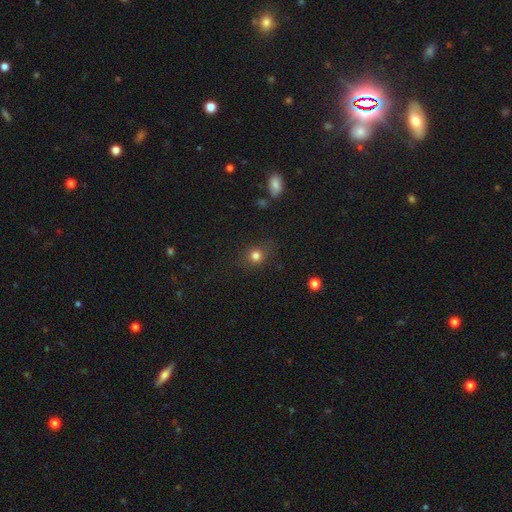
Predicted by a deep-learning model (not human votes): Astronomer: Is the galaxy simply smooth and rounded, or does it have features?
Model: smooth — 78%.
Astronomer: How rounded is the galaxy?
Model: round — 83%.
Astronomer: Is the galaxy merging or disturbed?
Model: none — 81%.